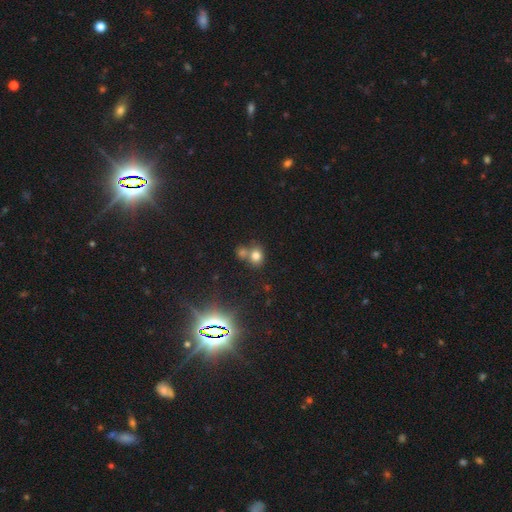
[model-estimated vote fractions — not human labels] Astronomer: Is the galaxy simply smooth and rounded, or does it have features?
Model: smooth — 72%.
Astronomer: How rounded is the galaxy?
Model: round — 67%.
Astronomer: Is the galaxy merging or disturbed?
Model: none — 47% (runner-up: merger, 40%).